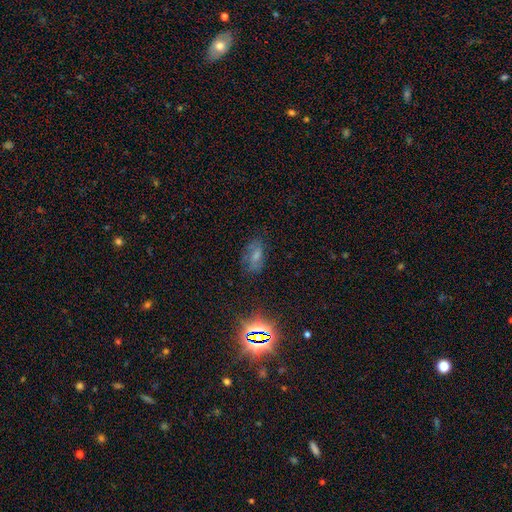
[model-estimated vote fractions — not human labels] smooth 43%, featured or disk 31%, star or artifact 26%. Down the decision tree: merging — none (65%).